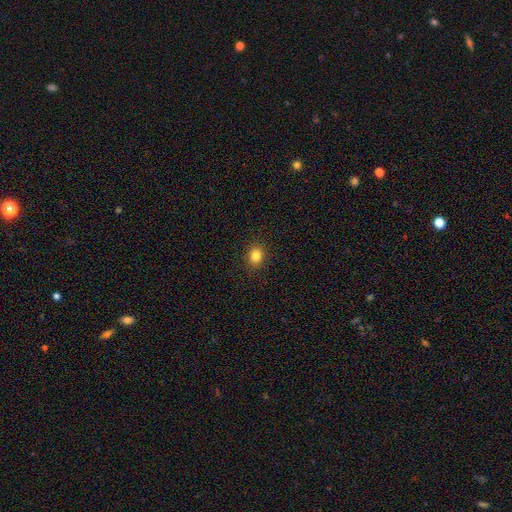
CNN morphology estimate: This appears to be a smooth galaxy with no disk features (83%) that is round (65%). Merging: none (90%).